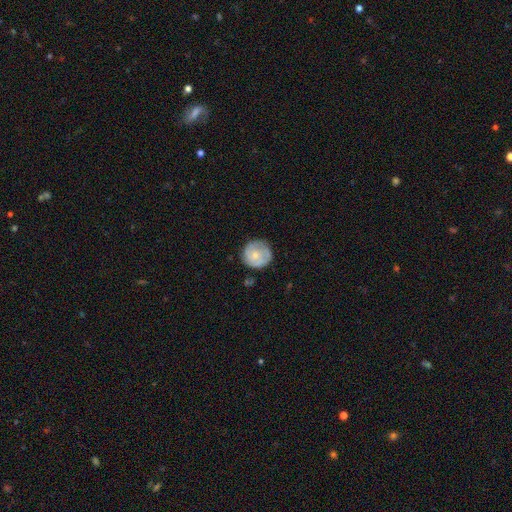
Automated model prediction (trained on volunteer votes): This is possibly a featured or disk galaxy (48%). Merging: likely none (76%).